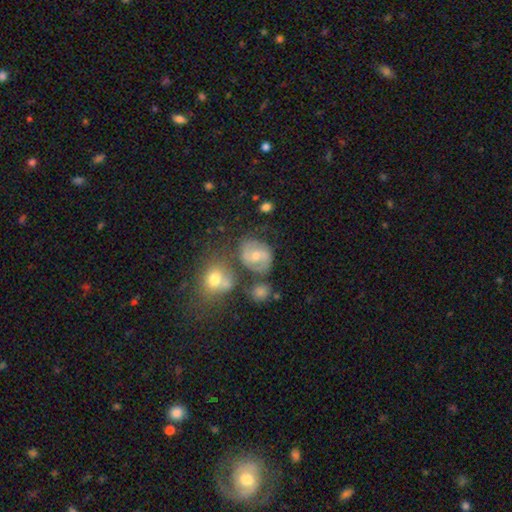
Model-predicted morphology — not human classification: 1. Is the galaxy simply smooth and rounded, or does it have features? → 63% featured or disk, 27% smooth, 10% star or artifact.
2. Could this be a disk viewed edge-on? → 97% no, 3% yes.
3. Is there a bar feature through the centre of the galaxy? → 47% weak, 38% no, 15% strong.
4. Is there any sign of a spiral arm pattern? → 84% yes, 16% no.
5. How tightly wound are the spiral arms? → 53% medium, 27% tight, 19% loose.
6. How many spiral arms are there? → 84% 2, 9% can't tell, 3% 3, 2% 1, 1% 4, 1% more than 4.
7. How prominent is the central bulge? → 58% moderate, 35% small, 3% large, 2% none, 1% dominant.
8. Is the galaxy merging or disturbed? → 61% none, 18% minor disturbance, 13% merger, 8% major disturbance.